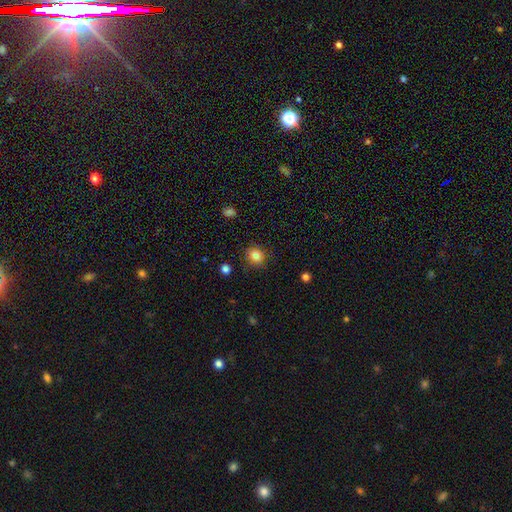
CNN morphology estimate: Smooth or featured: smooth — 83% (star or artifact — 11%)
How rounded: round — 74% (in between — 25%)
Merging: none — 84% (minor disturbance — 11%)